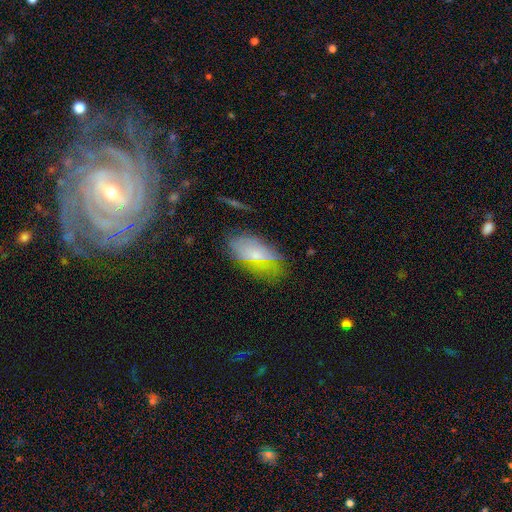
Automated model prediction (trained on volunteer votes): Smooth or featured: smooth — 50% (featured or disk — 34%)
How rounded: in between — 83% (cigar-shaped — 14%)
Merging: none — 64% (minor disturbance — 23%)